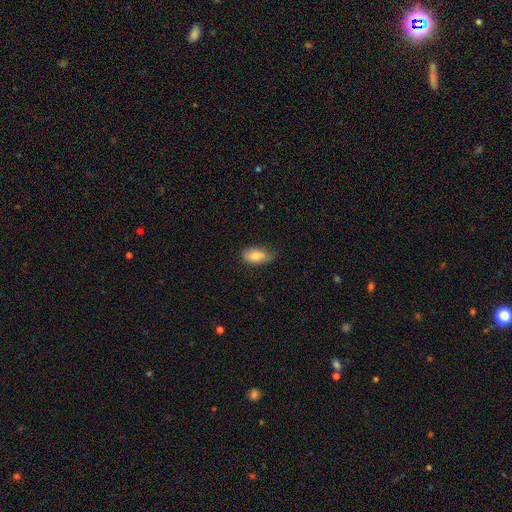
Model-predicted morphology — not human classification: Smooth or featured? Predicted: smooth (p=0.80). How rounded? Predicted: in between (p=0.92). Merging? Predicted: none (p=0.63).